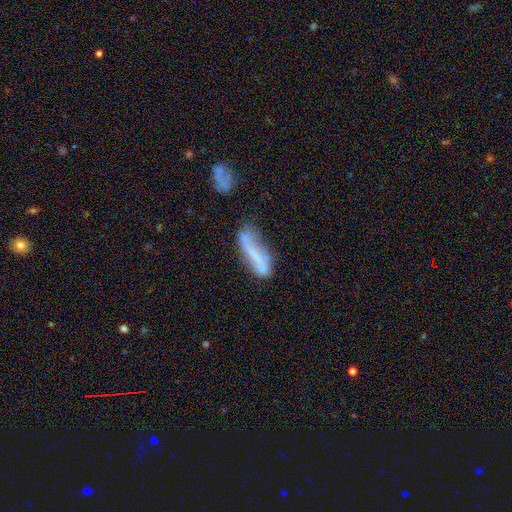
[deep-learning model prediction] Smooth or featured: smooth — 48% (featured or disk — 43%)
Merging: none — 40% (minor disturbance — 28%)